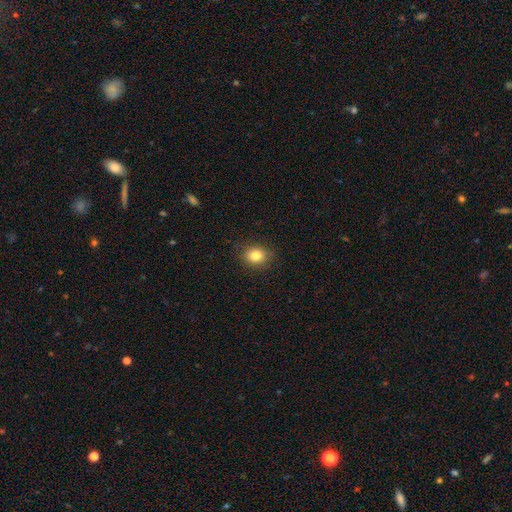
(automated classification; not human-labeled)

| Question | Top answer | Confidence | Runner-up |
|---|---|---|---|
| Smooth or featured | smooth | 82% | star or artifact (11%) |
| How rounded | round | 57% | in between (42%) |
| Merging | none | 88% | minor disturbance (9%) |